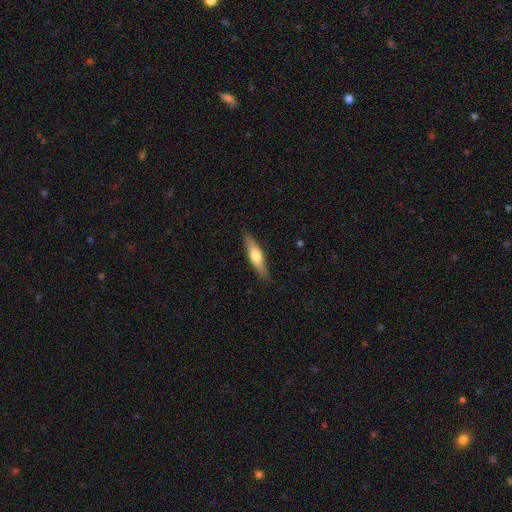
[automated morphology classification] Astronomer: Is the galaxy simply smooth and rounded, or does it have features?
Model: smooth — 54% (runner-up: featured or disk, 40%).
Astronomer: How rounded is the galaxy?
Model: cigar-shaped — 74%.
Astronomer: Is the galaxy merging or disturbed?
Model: none — 87%.